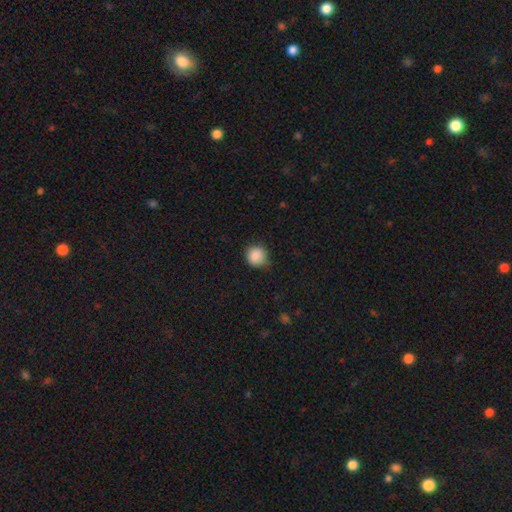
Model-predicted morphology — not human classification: The model was most divided on "merging": none: 79%, minor disturbance: 17%, major disturbance: 3%, merger: 1%. More confident: how rounded — round (91%); smooth or featured — smooth (88%).